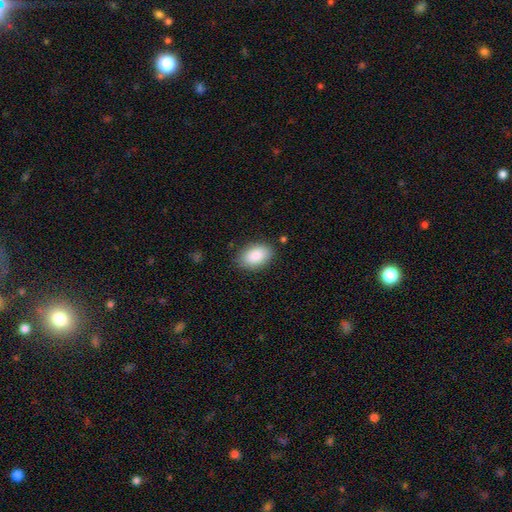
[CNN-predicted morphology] Overall: smooth (88%). How rounded: in between (92%). Merging: none (84%).